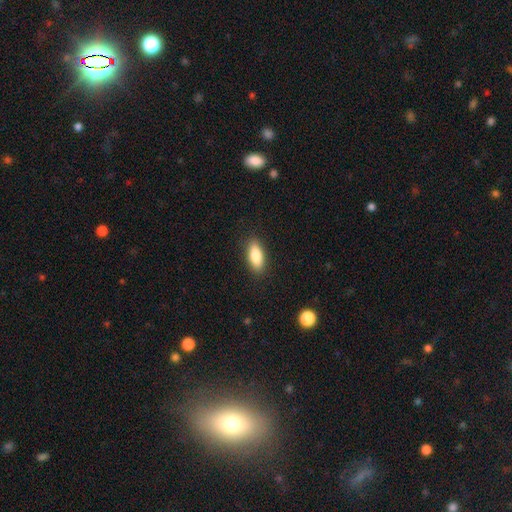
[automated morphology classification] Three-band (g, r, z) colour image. It shows a smooth galaxy with no disk features (82%) that is in between round and cigar-shaped (78%). Merging: none (88%).